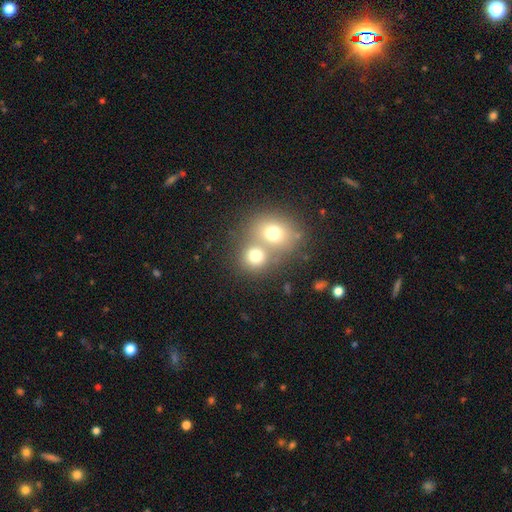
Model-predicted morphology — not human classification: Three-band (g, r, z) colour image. It shows a smooth galaxy with no disk features (72%) that is round (78%). Merging: merger (54%).